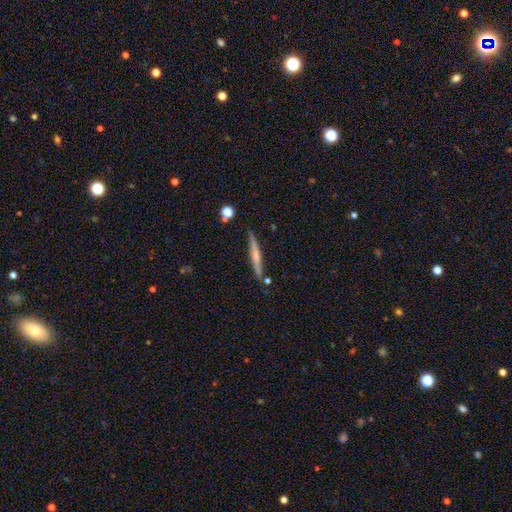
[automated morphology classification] This appears to be a featured or disk galaxy (49%). Merging: none (86%).